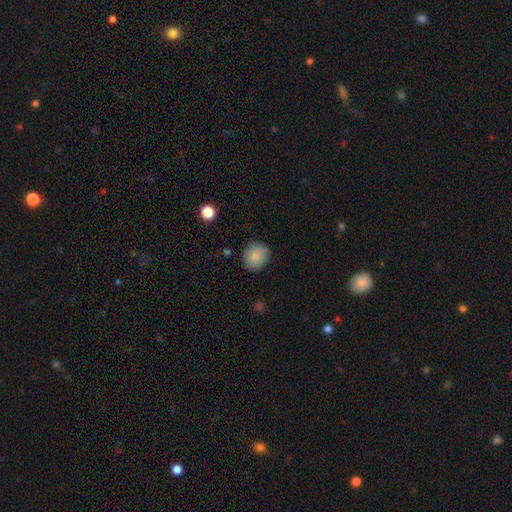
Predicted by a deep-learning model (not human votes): Morphology: type=smooth (87%); roundness=round (82%); merging=none (85%).